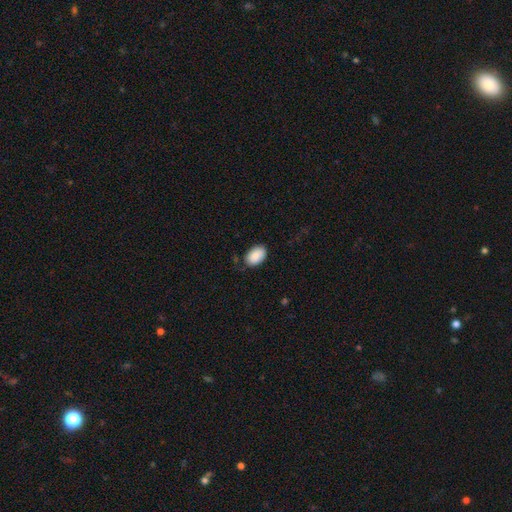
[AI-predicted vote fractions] This appears to be a smooth galaxy with no disk features (89%) that is in between round and cigar-shaped (90%). Merging: none (74%).